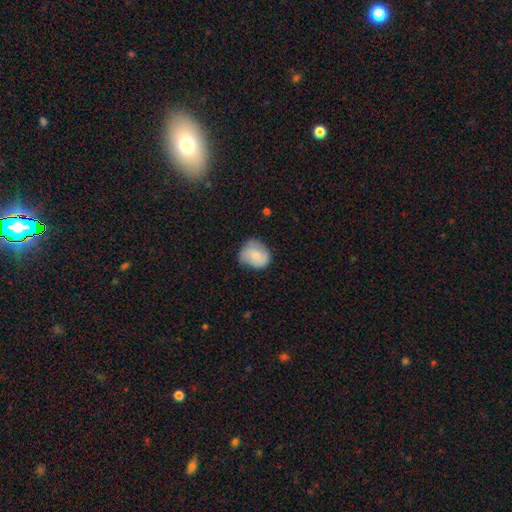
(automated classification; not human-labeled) Smooth or featured: smooth — 62% (featured or disk — 30%)
How rounded: round — 63% (in between — 36%)
Merging: none — 55% (minor disturbance — 34%)